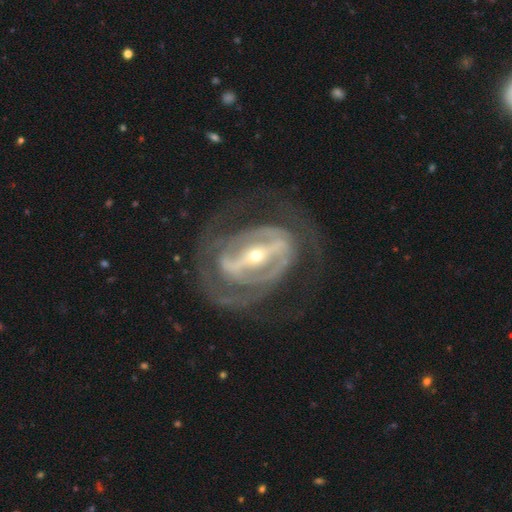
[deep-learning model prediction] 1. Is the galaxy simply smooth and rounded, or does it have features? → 89% featured or disk, 6% smooth, 5% star or artifact.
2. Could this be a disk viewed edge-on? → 92% no, 8% yes.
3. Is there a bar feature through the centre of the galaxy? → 80% strong, 14% weak, 6% no.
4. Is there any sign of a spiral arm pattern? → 76% yes, 24% no.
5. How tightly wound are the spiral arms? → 54% tight, 34% medium, 12% loose.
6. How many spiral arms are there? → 53% 2, 26% can't tell, 8% 3, 6% 1, 4% 4, 3% more than 4.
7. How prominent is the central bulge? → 68% small, 28% moderate, 2% large, 1% dominant, 1% none.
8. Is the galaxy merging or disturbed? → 65% none, 19% major disturbance, 14% minor disturbance, 1% merger.